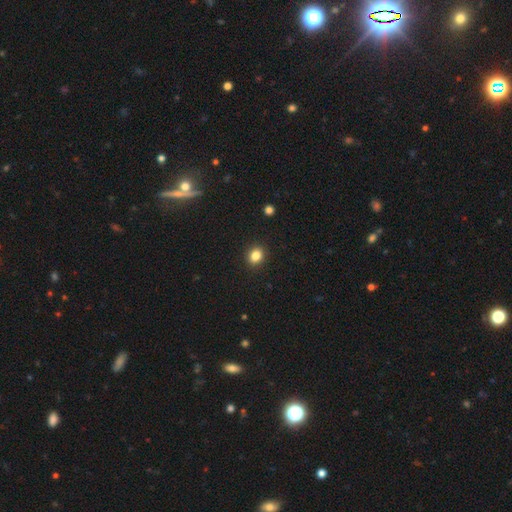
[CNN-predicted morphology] A smooth galaxy with no disk features (84%) that is round (56%). Merging: none (91%).